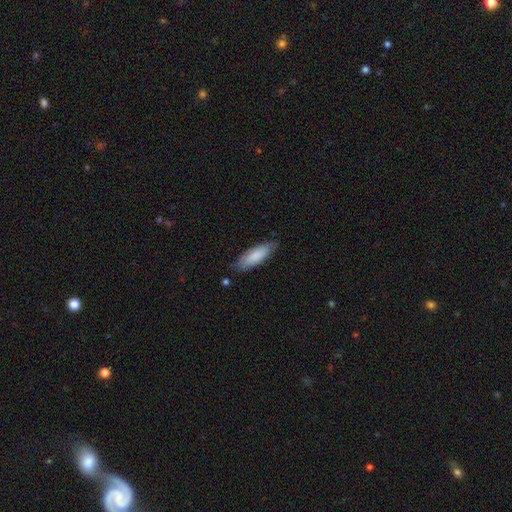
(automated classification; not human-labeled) smooth 81%, featured or disk 14%, star or artifact 5%. Down the decision tree: how rounded — in between (62%); merging — none (77%).